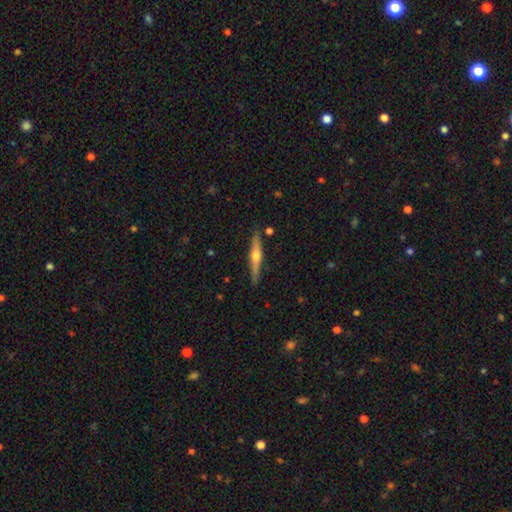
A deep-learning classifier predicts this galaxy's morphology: This appears to be a featured or disk galaxy (66%) viewed edge-on (97%) with a rounded central bulge (94%). Merging: none (88%).